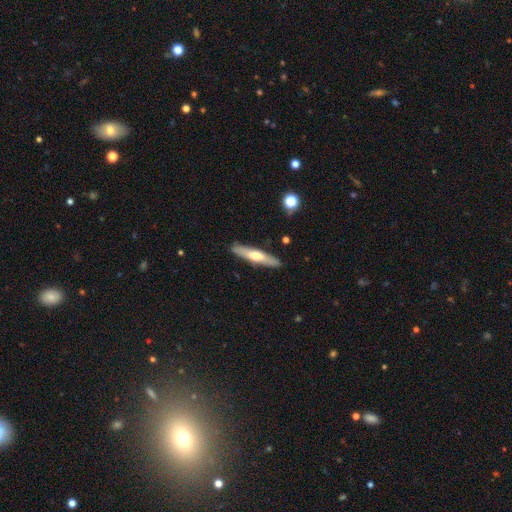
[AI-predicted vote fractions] A smooth galaxy with no disk features (50%). Merging: none (89%).